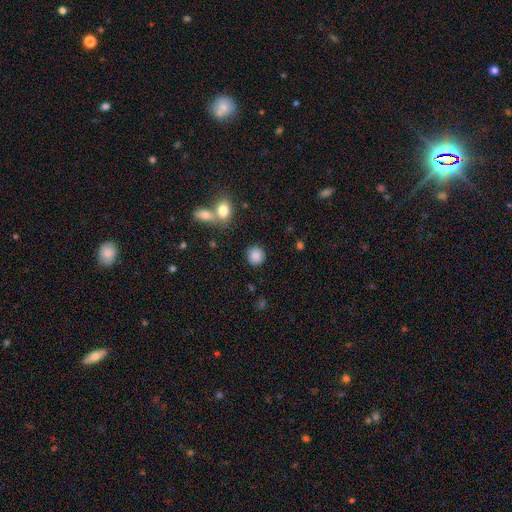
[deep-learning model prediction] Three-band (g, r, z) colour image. It shows a smooth galaxy with no disk features (86%) that is round (87%). Merging: none (85%).